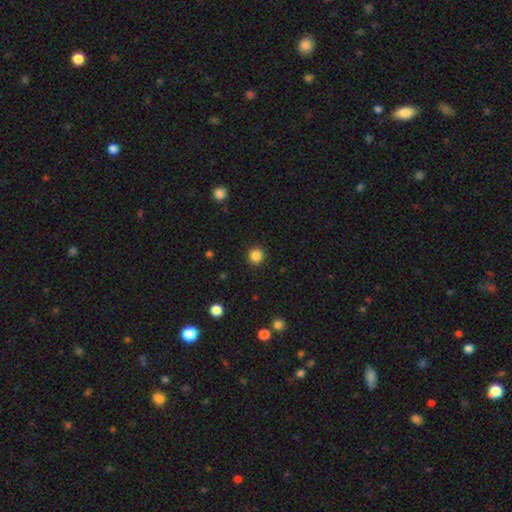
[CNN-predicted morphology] smooth-or-featured: smooth: 85% | star or artifact: 12% | featured or disk: 3%
  how-rounded: round: 92% | in between: 7% | cigar-shaped: 1%
  merging: none: 92% | minor disturbance: 5% | major disturbance: 2% | merger: 1%